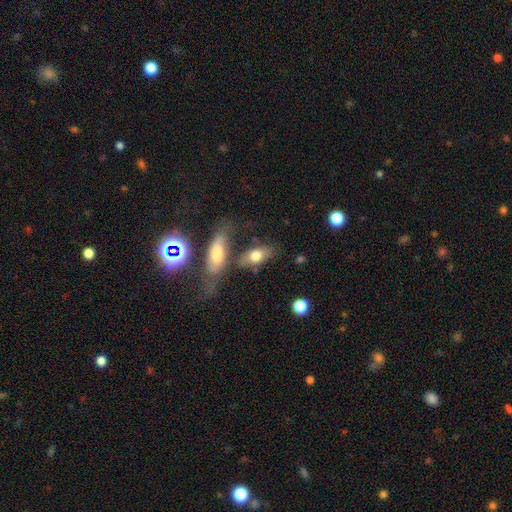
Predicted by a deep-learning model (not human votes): smooth_or_featured: smooth (p=0.71) [alt: featured or disk p=0.20]
how_rounded: in between (p=0.83) [alt: cigar-shaped p=0.10]
merging: none (p=0.56) [alt: merger p=0.20]